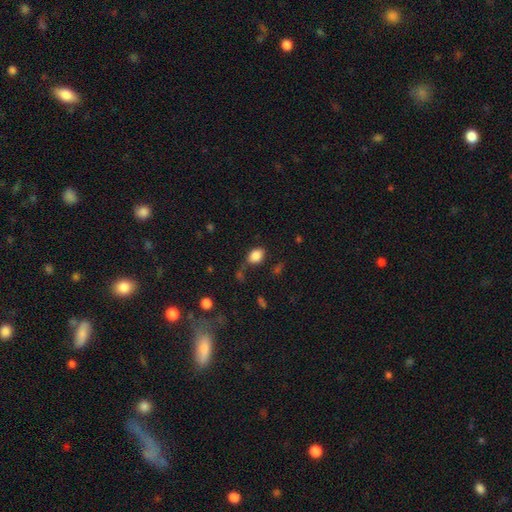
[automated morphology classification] A smooth galaxy with no disk features (85%) that is in between round and cigar-shaped (66%). Merging: none (69%).